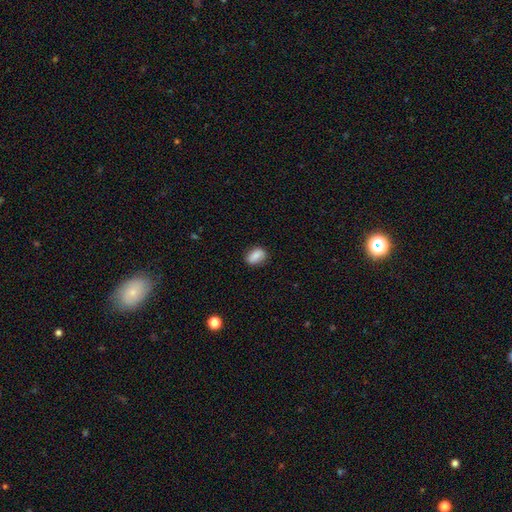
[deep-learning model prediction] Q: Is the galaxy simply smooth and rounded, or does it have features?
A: smooth — 84%.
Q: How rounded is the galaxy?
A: in between — 81%.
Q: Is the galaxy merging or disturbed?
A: none — 82%.